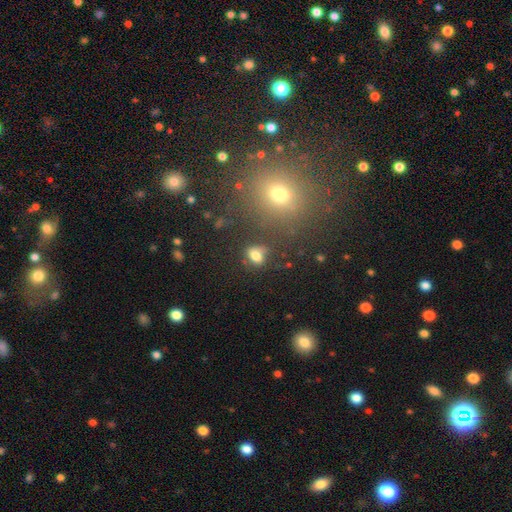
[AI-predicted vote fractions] This is likely a smooth galaxy (78%). How rounded: likely in between (68%). Merging: likely none (67%).